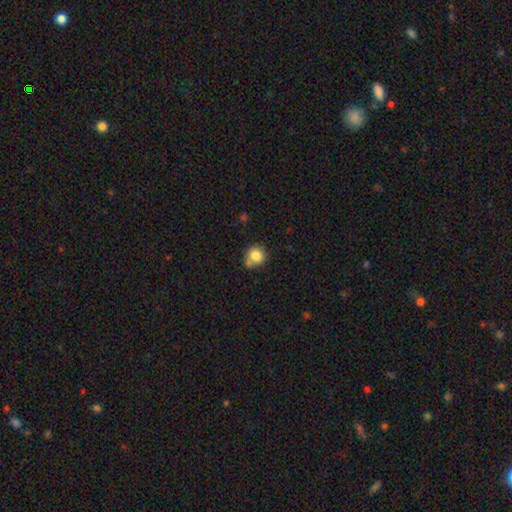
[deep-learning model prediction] Smooth or featured? Predicted: smooth (p=0.82). How rounded? Predicted: round (p=0.90). Merging? Predicted: none (p=0.64).